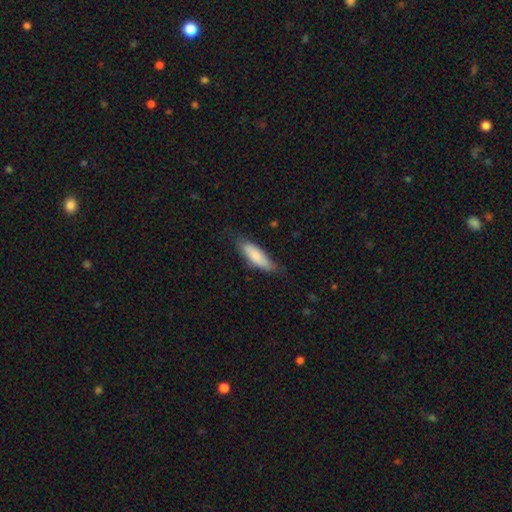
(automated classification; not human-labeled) A smooth galaxy with no disk features (79%) that is in between round and cigar-shaped (55%).

Vote fractions:
- Smooth or featured? smooth: 79% / featured or disk: 15% / star or artifact: 6%
- How rounded? in between: 55% / cigar-shaped: 43% / round: 2%
- Merging? none: 68% / minor disturbance: 25% / major disturbance: 5% / merger: 1%